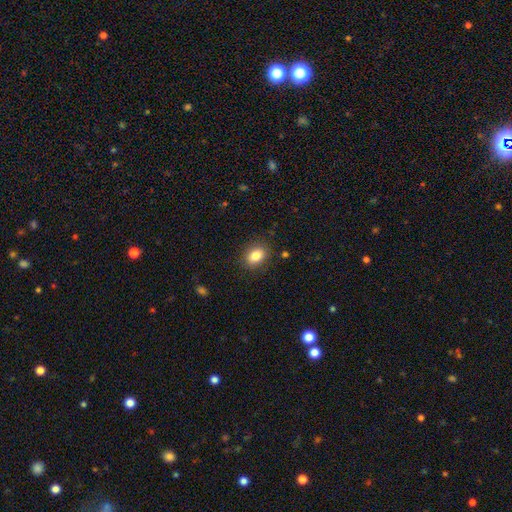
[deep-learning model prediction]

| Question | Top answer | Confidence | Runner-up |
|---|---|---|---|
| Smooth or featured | smooth | 84% | star or artifact (9%) |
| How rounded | in between | 69% | round (30%) |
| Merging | none | 86% | minor disturbance (10%) |